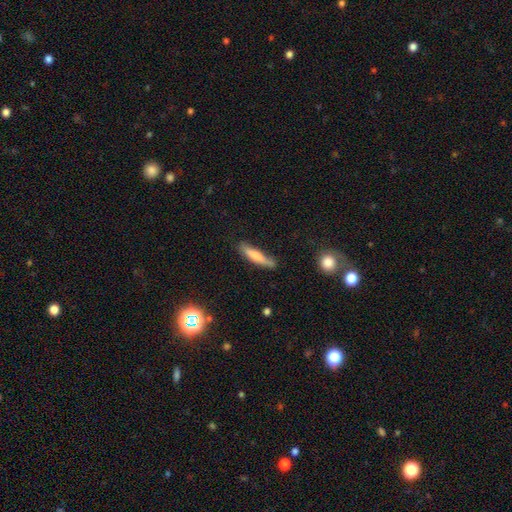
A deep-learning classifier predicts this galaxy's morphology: Smooth or featured? smooth (72%)
How rounded? cigar-shaped (85%)
Merging? none (72%)